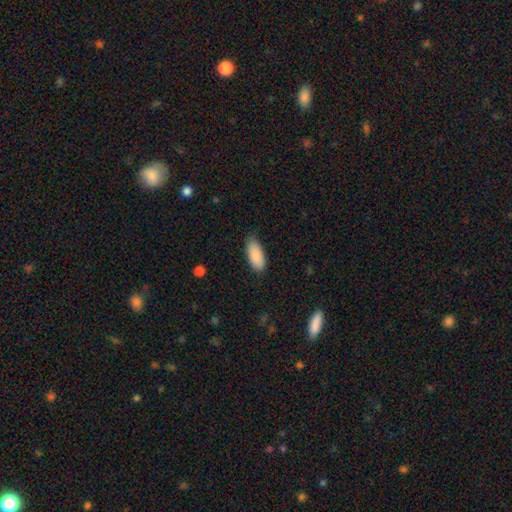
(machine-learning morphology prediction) smooth-or-featured: smooth: 90% | star or artifact: 6% | featured or disk: 4%
  how-rounded: in between: 88% | cigar-shaped: 11% | round: 2%
  merging: none: 81% | minor disturbance: 16% | major disturbance: 3% | merger: 1%